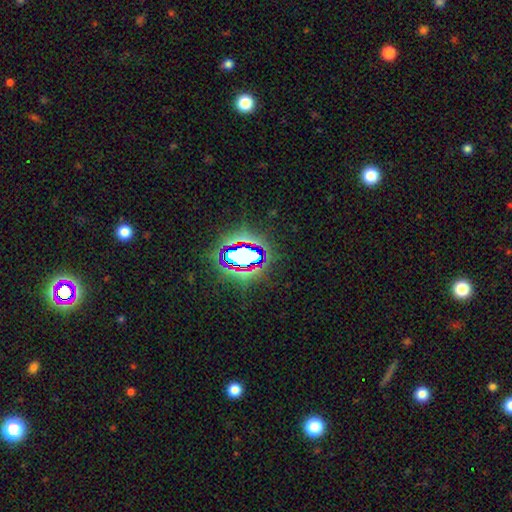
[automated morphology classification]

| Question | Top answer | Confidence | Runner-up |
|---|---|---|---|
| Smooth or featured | star or artifact | 81% | smooth (11%) |